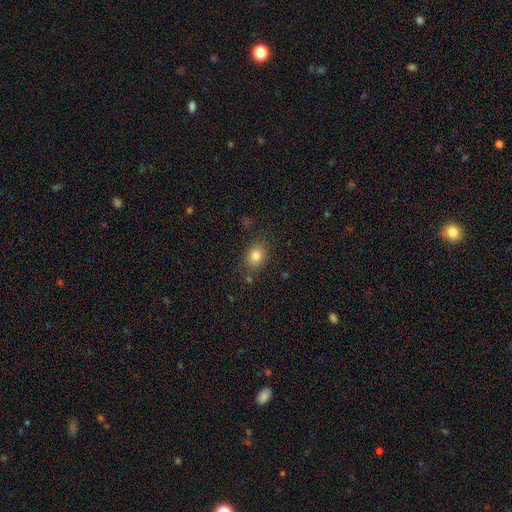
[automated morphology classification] This is clearly a smooth galaxy (82%). How rounded: possibly in between (60%). Merging: clearly none (81%).